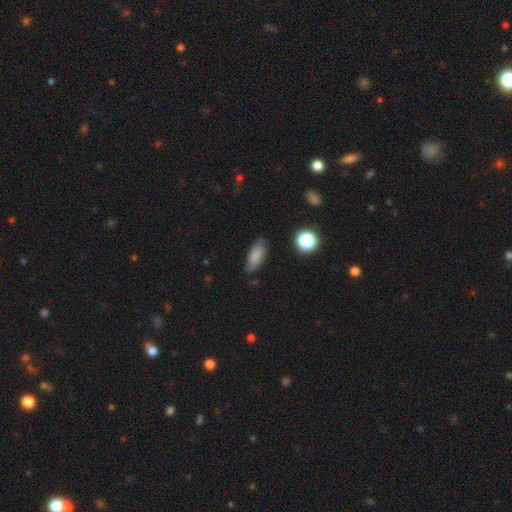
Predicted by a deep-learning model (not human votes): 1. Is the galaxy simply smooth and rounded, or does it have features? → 80% smooth, 10% featured or disk, 9% star or artifact.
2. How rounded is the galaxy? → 75% in between, 21% cigar-shaped, 3% round.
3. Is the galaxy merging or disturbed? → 78% none, 17% minor disturbance, 4% major disturbance, 2% merger.